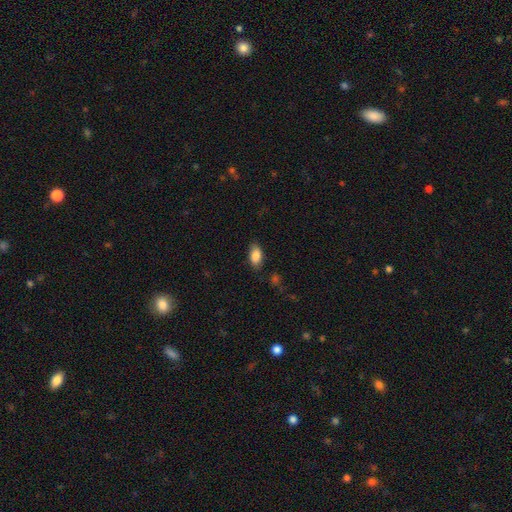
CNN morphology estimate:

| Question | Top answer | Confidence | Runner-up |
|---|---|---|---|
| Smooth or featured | smooth | 87% | star or artifact (7%) |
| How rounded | in between | 92% | round (4%) |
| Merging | none | 82% | minor disturbance (14%) |